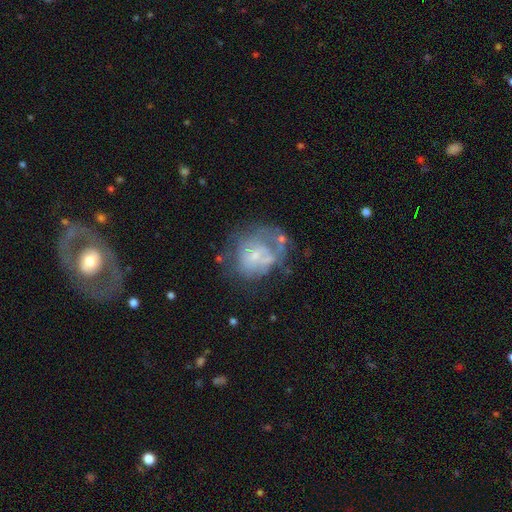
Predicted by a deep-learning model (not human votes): smooth_or_featured: featured or disk (p=0.57) [alt: smooth p=0.31]
disk_edge_on: no (p=0.97) [alt: yes p=0.03]
bar: no (p=0.76) [alt: weak p=0.20]
has_spiral_arms: no (p=0.64) [alt: yes p=0.36]
bulge_size: small (p=0.60) [alt: moderate p=0.21]
merging: none (p=0.42) [alt: major disturbance p=0.26]